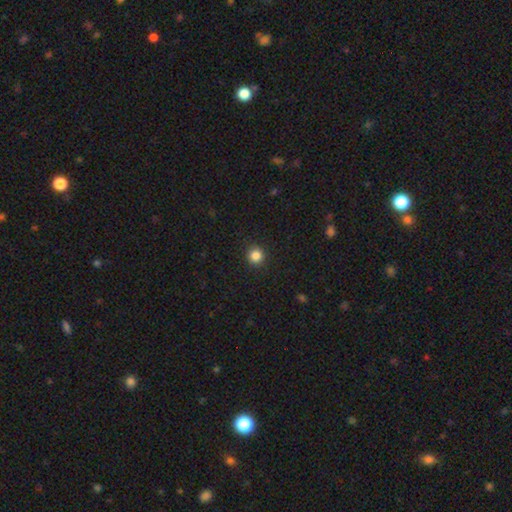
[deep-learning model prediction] The model was most divided on "smooth or featured": smooth: 84%, star or artifact: 12%, featured or disk: 4%. More confident: how rounded — round (93%); merging — none (92%).